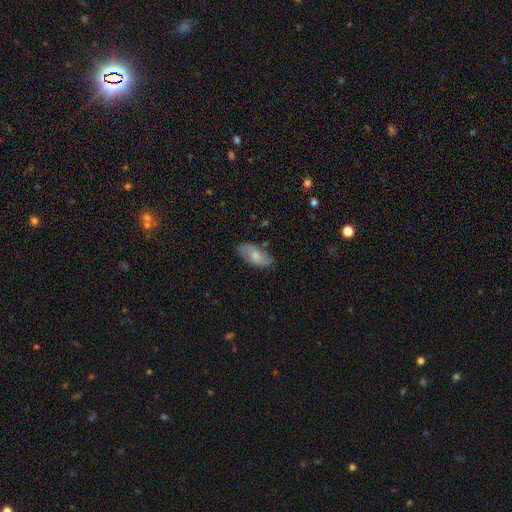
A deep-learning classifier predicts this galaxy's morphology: This is likely a smooth galaxy (65%). How rounded: clearly in between (92%). Merging: likely none (76%).